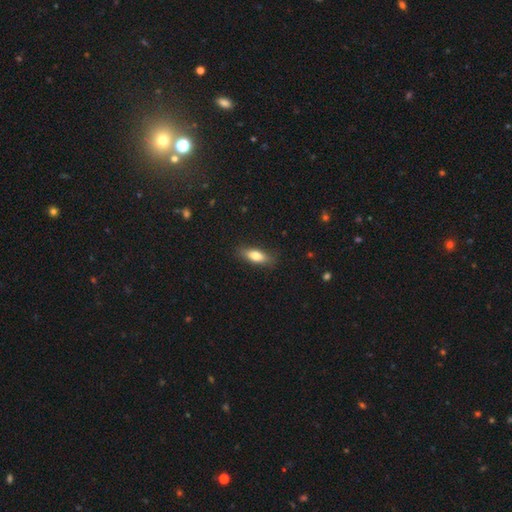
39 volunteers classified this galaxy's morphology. smooth 79%, featured or disk 15%, star or artifact 5%. Down the decision tree: how rounded — in between (84%); merging — none (89%).